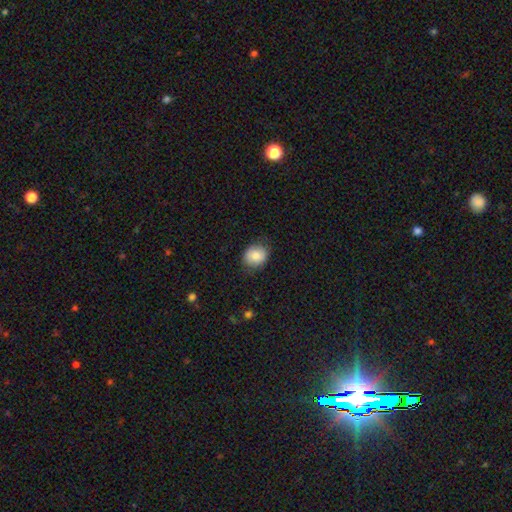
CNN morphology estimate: Smooth or featured? smooth (83%)
How rounded? round (61%)
Merging? none (80%)